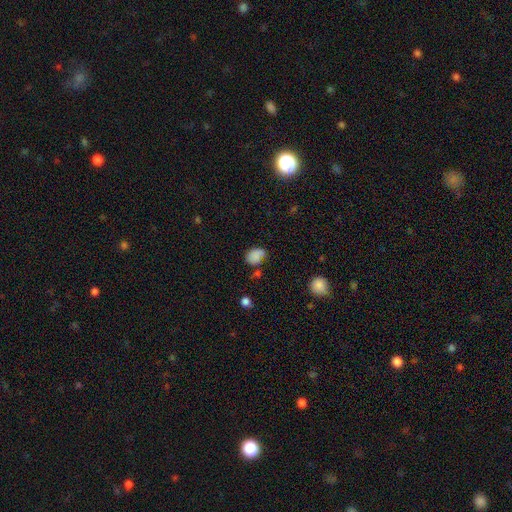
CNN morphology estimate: This is likely a smooth galaxy (80%). How rounded: likely in between (62%). Merging: possibly none (51%).